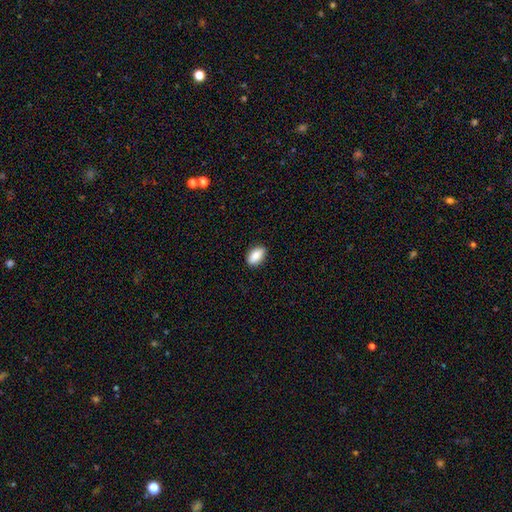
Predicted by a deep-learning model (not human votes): This is clearly a smooth galaxy (87%). How rounded: clearly in between (91%). Merging: clearly none (88%).